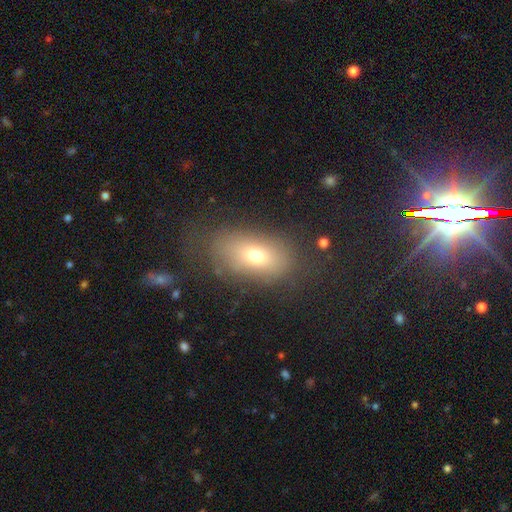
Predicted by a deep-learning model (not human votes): The model was most divided on "merging": none: 68%, minor disturbance: 18%, major disturbance: 12%, merger: 2%. More confident: how rounded — in between (83%); smooth or featured — smooth (68%).